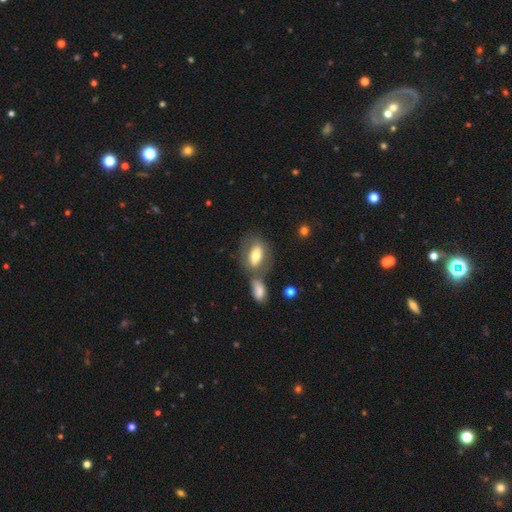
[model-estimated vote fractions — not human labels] Smooth or featured: smooth — 66% (featured or disk — 27%)
How rounded: in between — 84% (round — 9%)
Merging: none — 48% (merger — 32%)